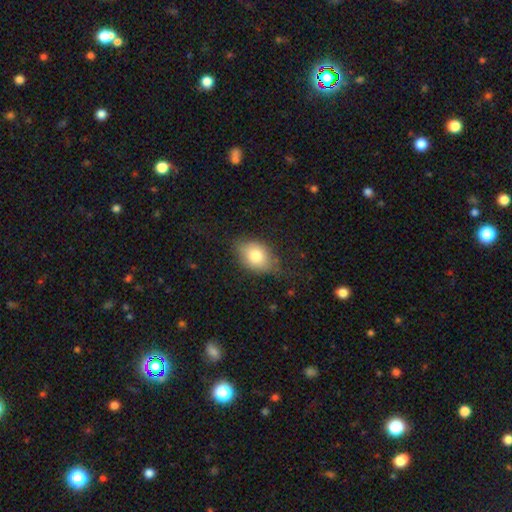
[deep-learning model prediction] Smooth or featured: smooth — 77% (featured or disk — 15%)
How rounded: in between — 79% (round — 19%)
Merging: none — 61% (minor disturbance — 29%)